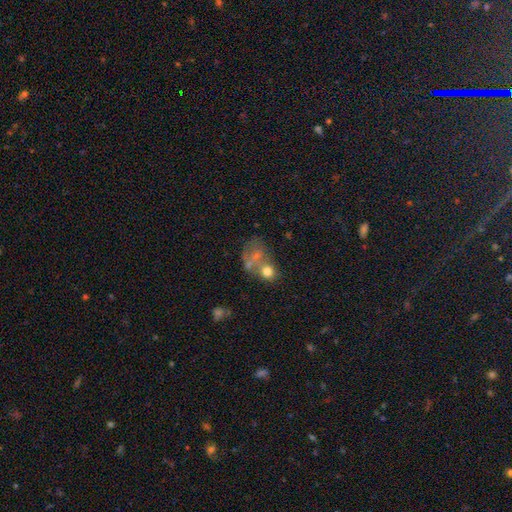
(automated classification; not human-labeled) Smooth or featured: smooth — 45% (featured or disk — 31%)
Merging: merger — 37% (none — 33%)